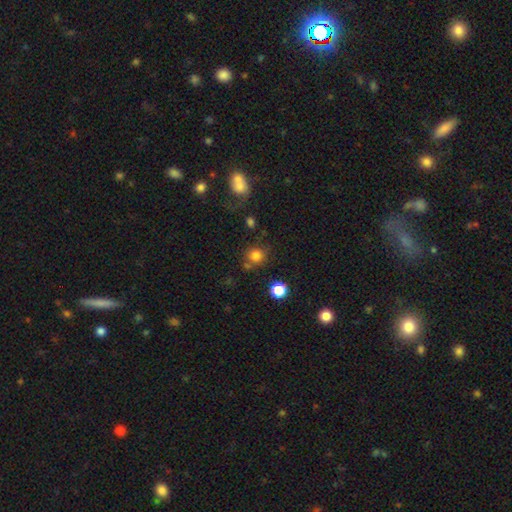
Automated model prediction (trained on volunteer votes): Smooth or featured?
  - smooth: 81% *
  - star or artifact: 13%
  - featured or disk: 6%
How rounded?
  - round: 88% *
  - in between: 11%
  - cigar-shaped: 1%
Merging?
  - none: 73% *
  - minor disturbance: 12%
  - merger: 10%
  - major disturbance: 5%